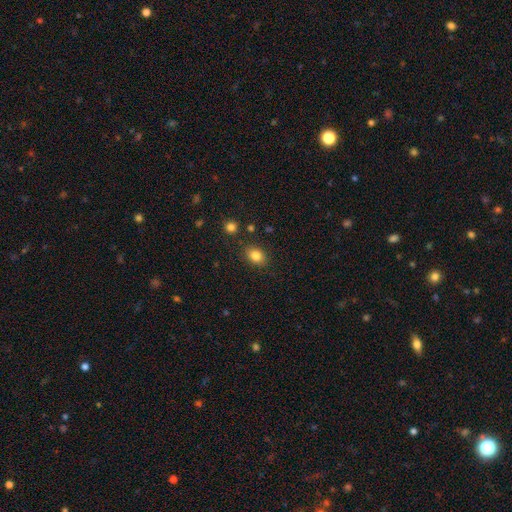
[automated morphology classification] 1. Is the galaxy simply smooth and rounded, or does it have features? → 83% smooth, 11% star or artifact, 6% featured or disk.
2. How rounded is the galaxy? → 64% in between, 35% round, 1% cigar-shaped.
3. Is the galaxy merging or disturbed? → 83% none, 10% minor disturbance, 3% major disturbance, 3% merger.